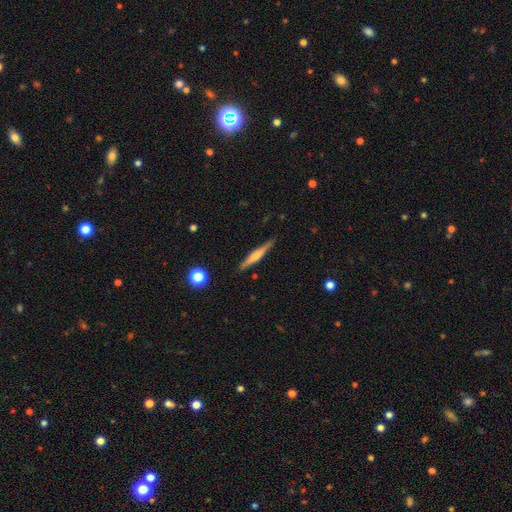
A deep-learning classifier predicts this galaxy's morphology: The model was most divided on "smooth or featured": featured or disk: 62%, smooth: 32%, star or artifact: 6%. More confident: edge-on disk — yes (97%); merging — none (88%); edge-on bulge — rounded (76%).